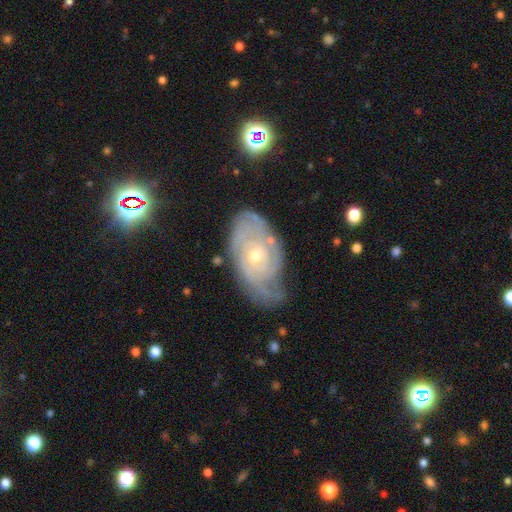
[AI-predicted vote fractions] Smooth or featured?
  - featured or disk: 84% *
  - smooth: 10%
  - star or artifact: 6%
Edge-on disk?
  - no: 95% *
  - yes: 5%
Bar?
  - no: 74% *
  - weak: 22%
  - strong: 4%
Spiral arms?
  - yes: 94% *
  - no: 6%
Spiral winding?
  - tight: 77% *
  - medium: 19%
  - loose: 5%
Spiral arm count?
  - can't tell: 42% *
  - 2: 22%
  - 3: 15%
  - 4: 10%
  - more than 4: 6%
  - 1: 5%
Bulge size?
  - small: 53% *
  - moderate: 44%
  - large: 1%
  - none: 1%
  - dominant: 1%
Merging?
  - none: 62% *
  - minor disturbance: 26%
  - major disturbance: 10%
  - merger: 3%